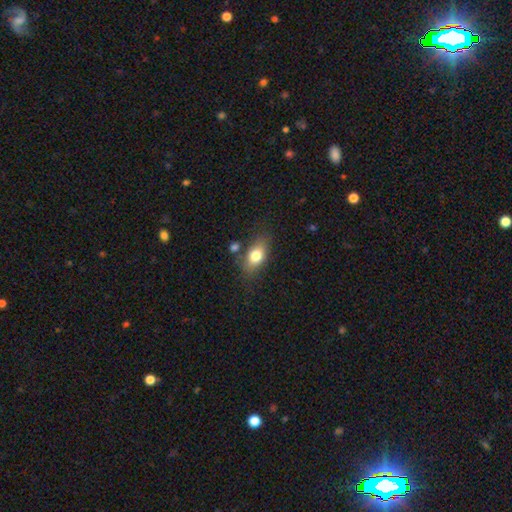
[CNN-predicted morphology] A smooth galaxy with no disk features (77%) that is in between round and cigar-shaped (83%).

Vote fractions:
- Smooth or featured? smooth: 77% / featured or disk: 15% / star or artifact: 8%
- How rounded? in between: 83% / round: 12% / cigar-shaped: 5%
- Merging? none: 69% / minor disturbance: 18% / merger: 8% / major disturbance: 5%